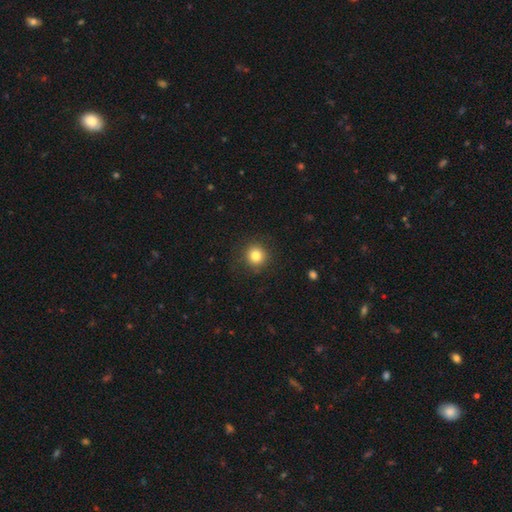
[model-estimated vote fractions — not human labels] Morphology: type=smooth (81%); roundness=round (92%); merging=none (88%).